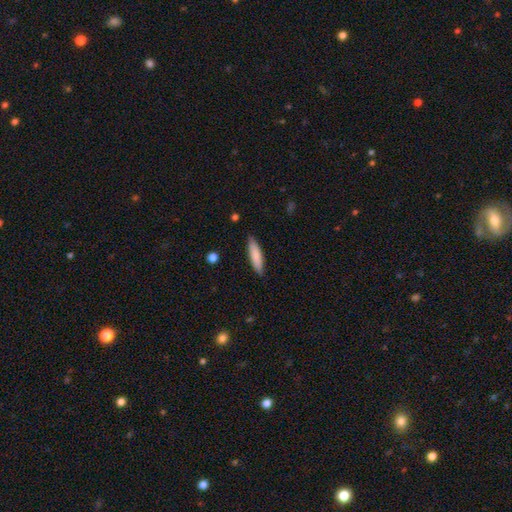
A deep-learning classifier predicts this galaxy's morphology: A smooth galaxy with no disk features (82%) that is cigar-shaped (72%). Merging: none (86%).